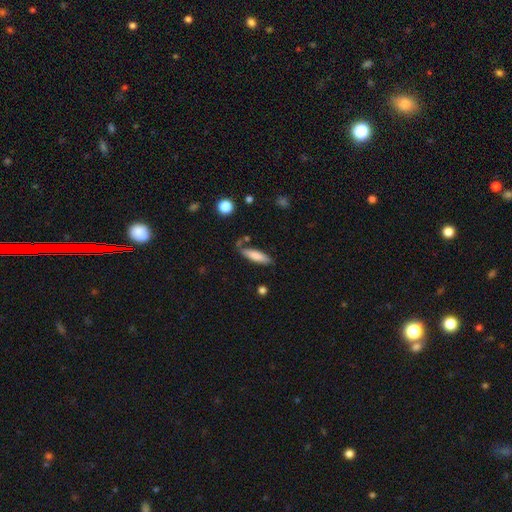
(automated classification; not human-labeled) A smooth galaxy with no disk features (76%) that is cigar-shaped (62%). Merging: none (69%).